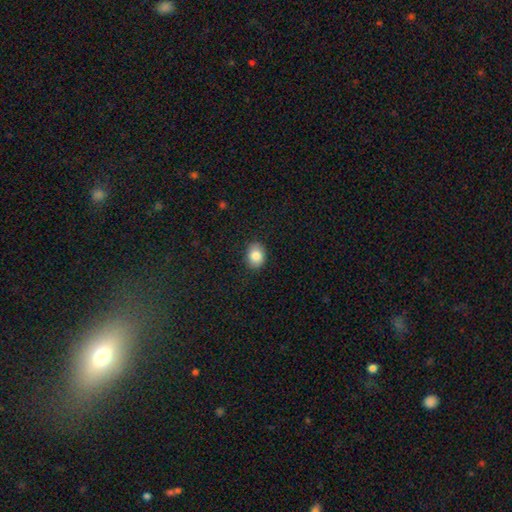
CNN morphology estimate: Smooth or featured?
  - smooth: 86% *
  - star or artifact: 8%
  - featured or disk: 6%
How rounded?
  - in between: 61% *
  - round: 38%
  - cigar-shaped: 1%
Merging?
  - none: 88% *
  - minor disturbance: 9%
  - major disturbance: 2%
  - merger: 1%